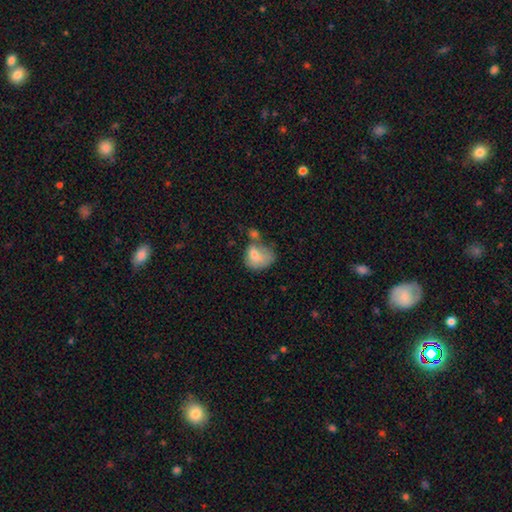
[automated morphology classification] The model was most divided on "merging": merger: 33%, major disturbance: 23%, none: 22%, minor disturbance: 21%. More confident: smooth or featured — smooth (72%); how rounded — in between (61%).